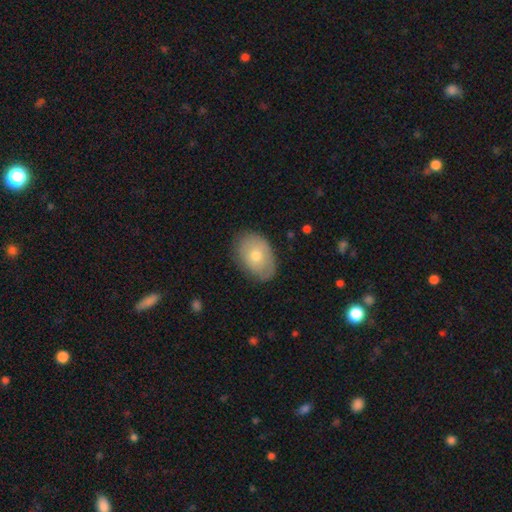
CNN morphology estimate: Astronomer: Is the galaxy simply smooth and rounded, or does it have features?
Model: smooth — 63%.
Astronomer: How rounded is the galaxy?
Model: in between — 80%.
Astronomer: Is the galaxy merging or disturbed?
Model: none — 77%.